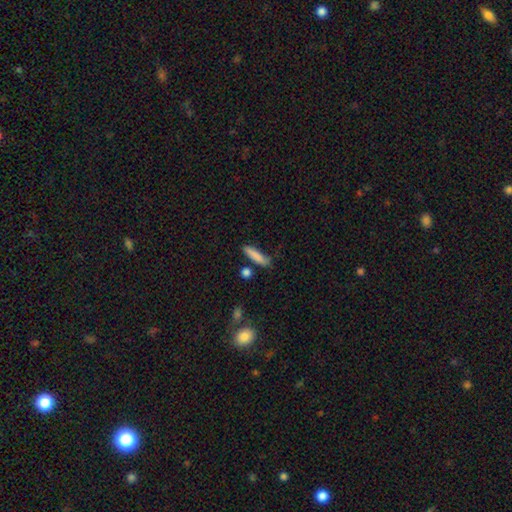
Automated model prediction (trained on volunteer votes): This is clearly a smooth galaxy (83%). How rounded: likely cigar-shaped (77%). Merging: likely none (69%).